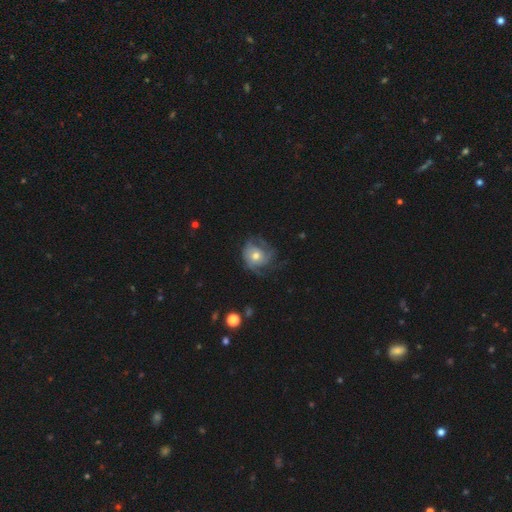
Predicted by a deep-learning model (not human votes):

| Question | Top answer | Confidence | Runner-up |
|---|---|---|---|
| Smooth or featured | featured or disk | 58% | smooth (34%) |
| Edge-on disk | no | 97% | yes (3%) |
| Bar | no | 84% | weak (14%) |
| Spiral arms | yes | 75% | no (25%) |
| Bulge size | moderate | 63% | small (30%) |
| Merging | none | 49% | minor disturbance (25%) |